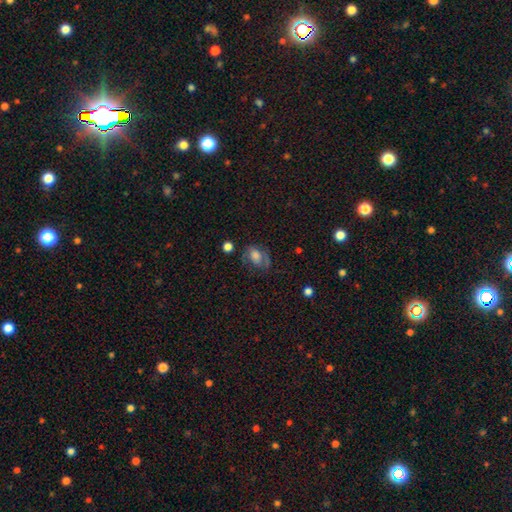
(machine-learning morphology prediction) Smooth or featured? Predicted: smooth (p=0.51). How rounded? Predicted: in between (p=0.74). Merging? Predicted: none (p=0.51).